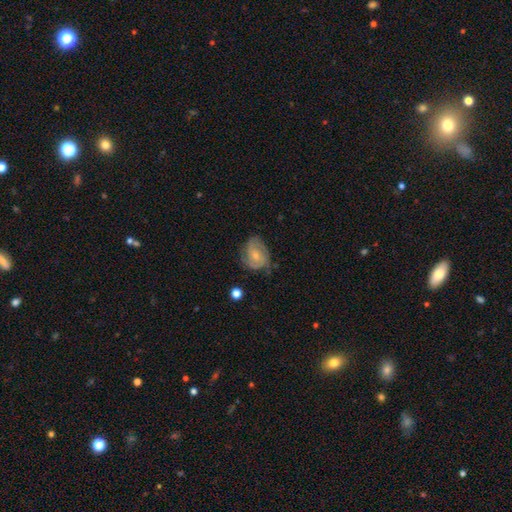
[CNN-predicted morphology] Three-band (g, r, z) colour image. It shows a featured or disk galaxy (71%) with no bar (65%), 2 (46%) tight (52%) spiral arms (91%) and a small central bulge (62%). Merging: none (62%).